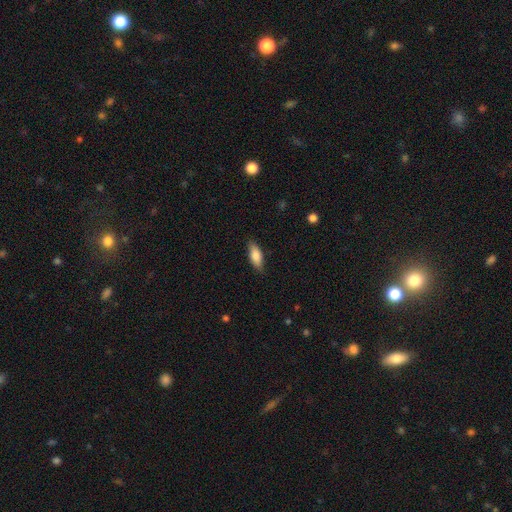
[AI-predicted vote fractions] This is clearly a smooth galaxy (82%). How rounded: likely in between (75%). Merging: clearly none (83%).